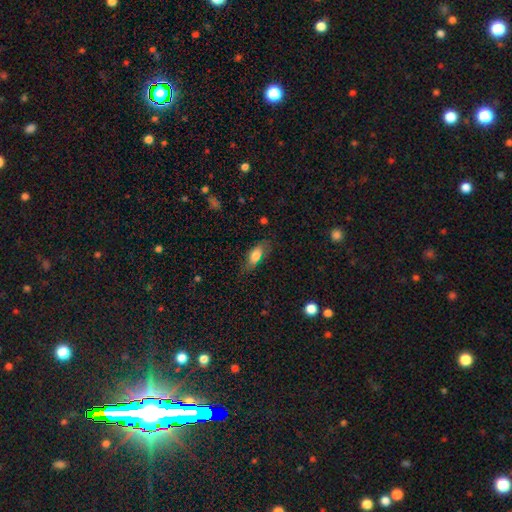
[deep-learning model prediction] Smooth or featured? smooth (72%)
How rounded? in between (78%)
Merging? none (69%)